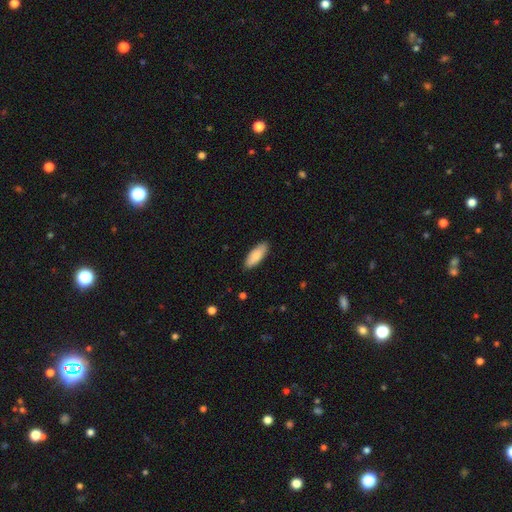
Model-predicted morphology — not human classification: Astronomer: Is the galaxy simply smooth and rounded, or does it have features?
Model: smooth — 87%.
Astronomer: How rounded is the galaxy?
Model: in between — 76%.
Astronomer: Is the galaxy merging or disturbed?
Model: none — 88%.